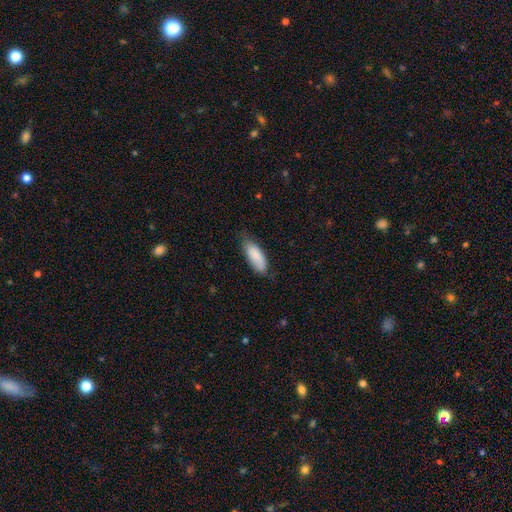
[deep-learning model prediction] Smooth or featured: smooth — 84% (featured or disk — 10%)
How rounded: in between — 78% (cigar-shaped — 20%)
Merging: none — 64% (minor disturbance — 30%)